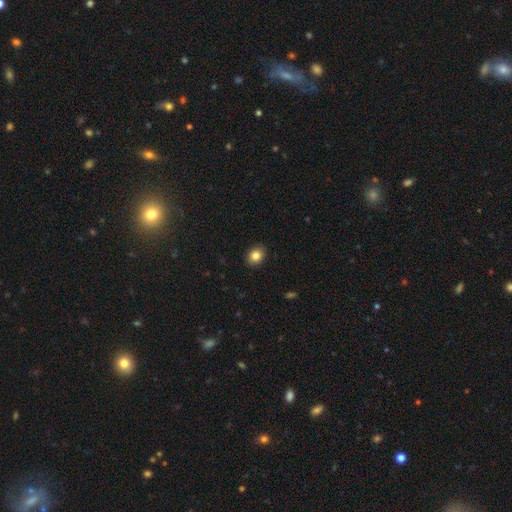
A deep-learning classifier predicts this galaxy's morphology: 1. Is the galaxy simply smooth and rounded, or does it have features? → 84% smooth, 10% star or artifact, 6% featured or disk.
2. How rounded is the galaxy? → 57% round, 42% in between, 1% cigar-shaped.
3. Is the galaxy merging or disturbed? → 90% none, 7% minor disturbance, 2% major disturbance, 1% merger.